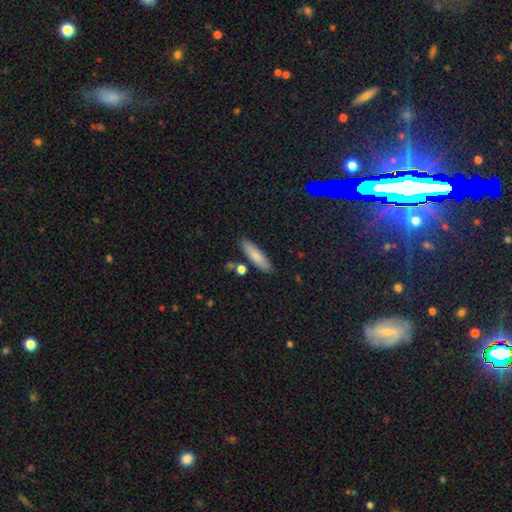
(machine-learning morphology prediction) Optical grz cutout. It shows a smooth galaxy with no disk features (80%) that is cigar-shaped (68%). Merging: none (84%).